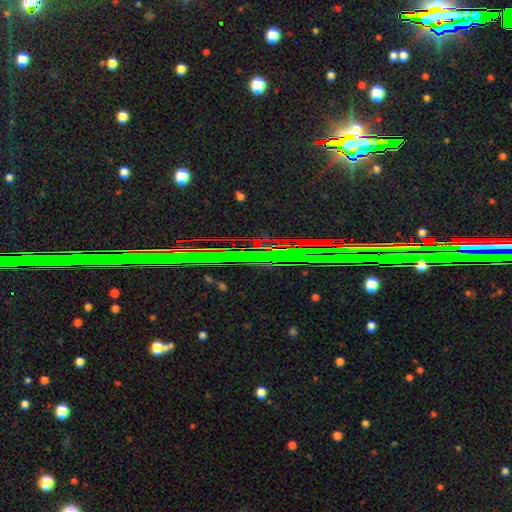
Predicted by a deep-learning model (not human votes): Smooth or featured? star or artifact (81%)